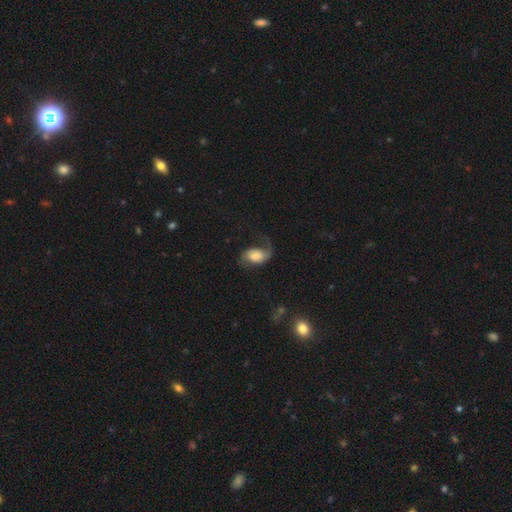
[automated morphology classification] A featured or disk galaxy (57%) with no bar (60%), spiral arms (90%) and a large central bulge (34%).

Vote fractions:
- Smooth or featured? featured or disk: 57% / smooth: 35% / star or artifact: 8%
- Edge-on disk? no: 97% / yes: 3%
- Bar? no: 60% / weak: 30% / strong: 10%
- Spiral arms? yes: 90% / no: 10%
- Bulge size? large: 34% / moderate: 23% / small: 16% / dominant: 15% / none: 12%
- Merging? none: 47% / major disturbance: 30% / minor disturbance: 21% / merger: 2%